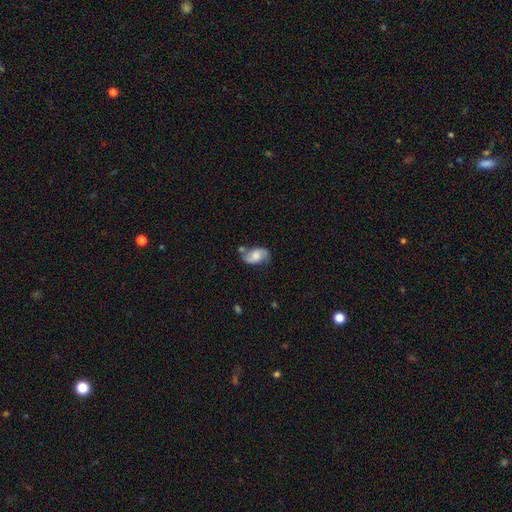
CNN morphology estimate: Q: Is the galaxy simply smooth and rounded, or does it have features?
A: featured or disk — 49%.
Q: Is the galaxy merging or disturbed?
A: none — 55%.